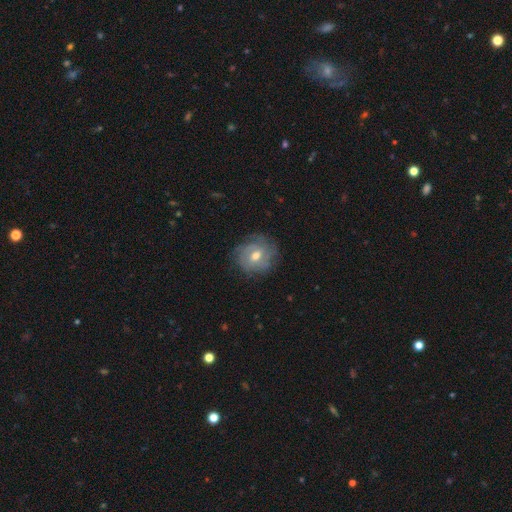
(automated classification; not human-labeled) Morphology: type=featured or disk (59%); edge-on=no (96%); bar=weak (49%); spiral arms=yes (73%); bulge=moderate (73%); merging=none (74%).